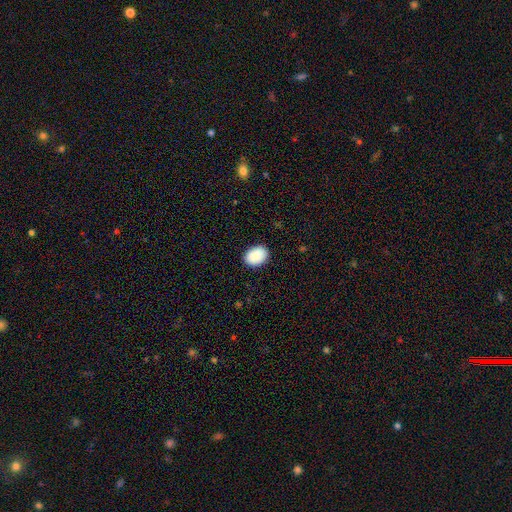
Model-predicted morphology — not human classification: The model was most divided on "how rounded": in between: 76%, round: 23%, cigar-shaped: 1%. More confident: smooth or featured — smooth (91%); merging — none (88%).